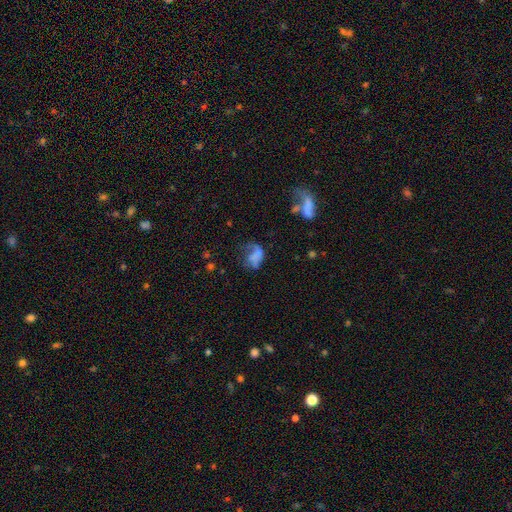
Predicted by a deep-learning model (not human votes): This is possibly a smooth galaxy (53%). How rounded: clearly in between (81%). Merging: possibly major disturbance (48%).